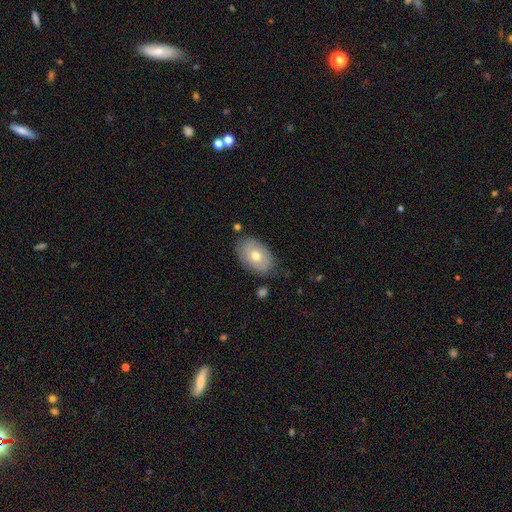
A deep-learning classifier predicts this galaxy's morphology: A smooth galaxy with no disk features (57%) that is in between round and cigar-shaped (87%). Merging: none (77%).